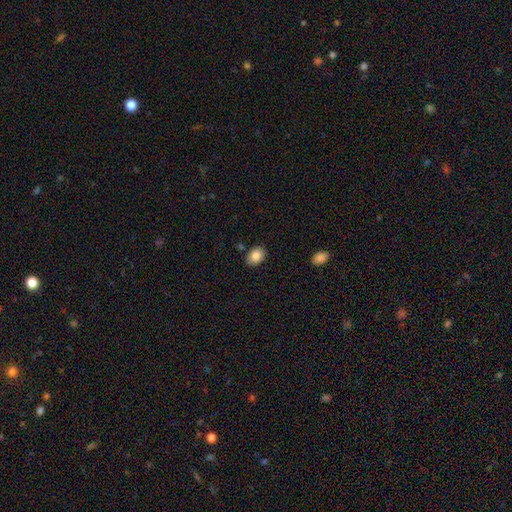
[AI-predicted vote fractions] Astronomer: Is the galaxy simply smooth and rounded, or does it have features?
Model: smooth — 85%.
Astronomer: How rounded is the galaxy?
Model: in between — 80%.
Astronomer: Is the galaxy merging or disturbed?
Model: none — 84%.